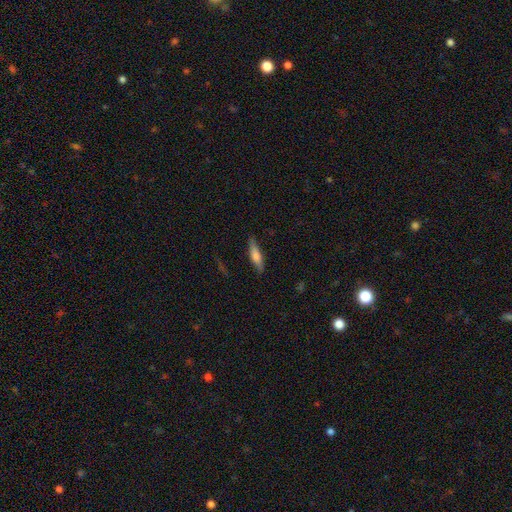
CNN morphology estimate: smooth-or-featured: smooth: 64% | featured or disk: 30% | star or artifact: 6%
  how-rounded: cigar-shaped: 73% | in between: 25% | round: 2%
  merging: none: 80% | minor disturbance: 15% | major disturbance: 3% | merger: 1%